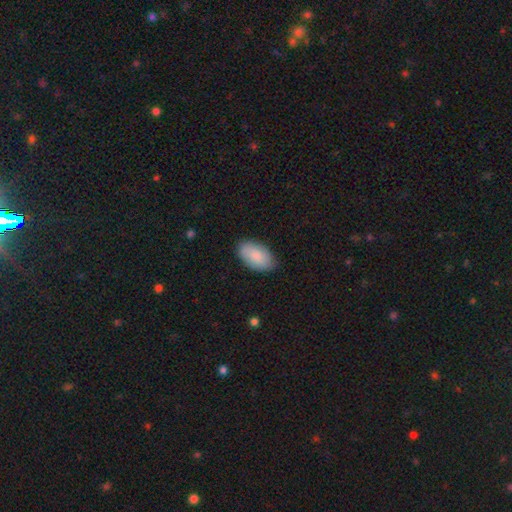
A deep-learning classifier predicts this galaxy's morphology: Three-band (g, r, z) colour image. It shows a smooth galaxy with no disk features (84%) that is in between round and cigar-shaped (95%). Merging: none (84%).